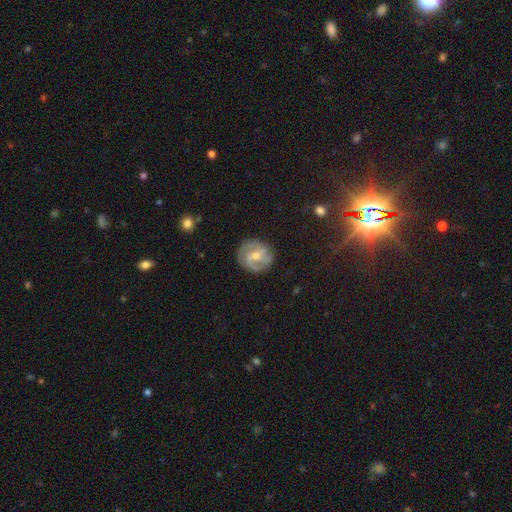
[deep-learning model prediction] This is likely a featured or disk galaxy (76%). It is clearly not viewed edge-on (97%). Bar: possibly weak (50%). Spiral arm pattern: clearly yes (92%). Spiral arm count: likely 2 (69%). Spiral winding: marginally medium (43%). Central bulge: possibly moderate (52%). Merging: clearly none (83%).